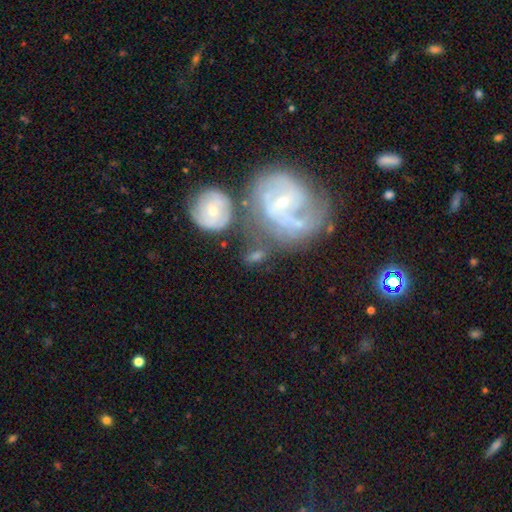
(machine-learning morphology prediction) This appears to be a featured or disk galaxy (62%) with no bar (46%), spiral arms (82%) and a small central bulge (60%). Merging: none (40%).